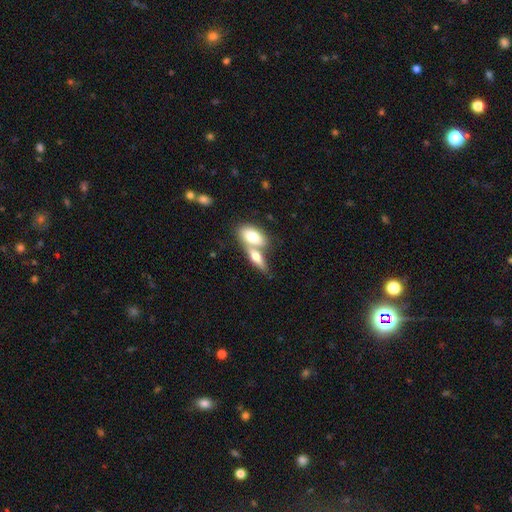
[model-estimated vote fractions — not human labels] Q: Smooth or featured?
A: smooth (67%); runner-up: featured or disk (26%)
Q: How rounded?
A: in between (76%); runner-up: cigar-shaped (18%)
Q: Merging?
A: merger (61%); runner-up: none (28%)